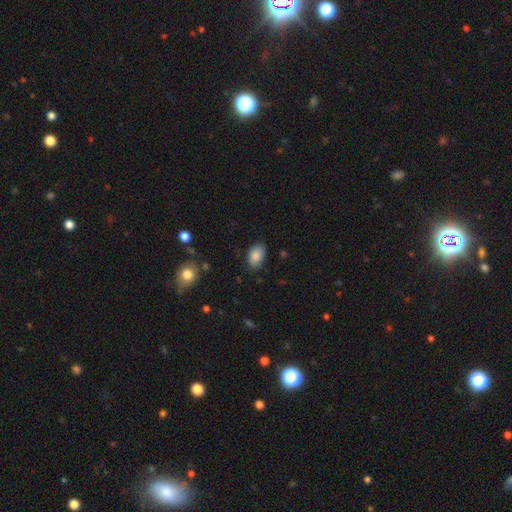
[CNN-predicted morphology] Smooth or featured? Predicted: smooth (p=0.87). How rounded? Predicted: in between (p=0.90). Merging? Predicted: none (p=0.80).